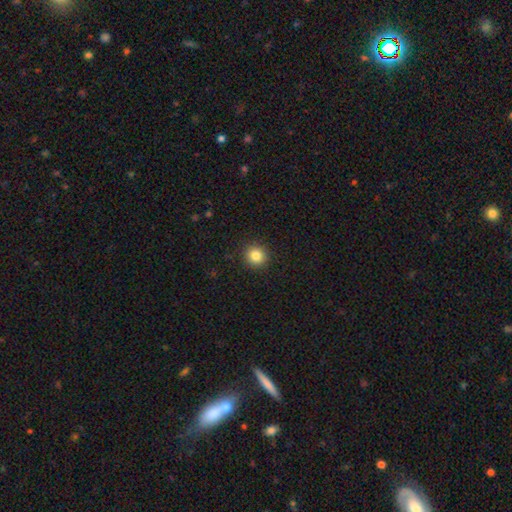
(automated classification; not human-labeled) smooth 85%, star or artifact 11%, featured or disk 5%. Down the decision tree: how rounded — round (93%); merging — none (92%).